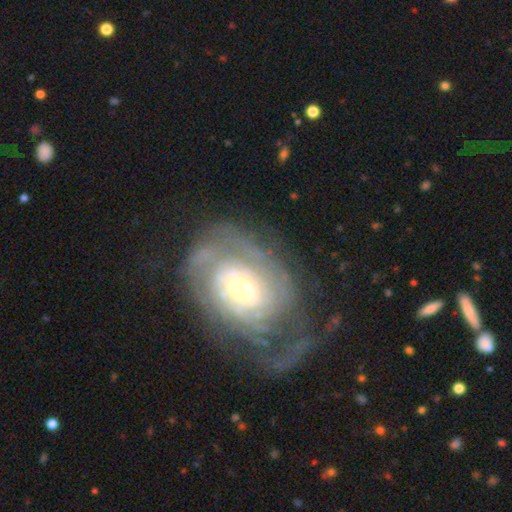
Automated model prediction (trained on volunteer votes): smooth-or-featured: featured or disk: 83% | smooth: 11% | star or artifact: 6%
  disk-edge-on: no: 96% | yes: 4%
    bar: no: 52% | weak: 36% | strong: 12%
    has-spiral-arms: yes: 89% | no: 11%
      spiral-winding: tight: 66% | medium: 25% | loose: 9%
      spiral-arm-count: can't tell: 43% | 2: 27% | 3: 12% | 1: 7% | 4: 7% | more than 4: 5%
    bulge-size: moderate: 60% | small: 27% | large: 11% | dominant: 1% | none: 1%
  merging: none: 56% | minor disturbance: 21% | major disturbance: 21% | merger: 2%